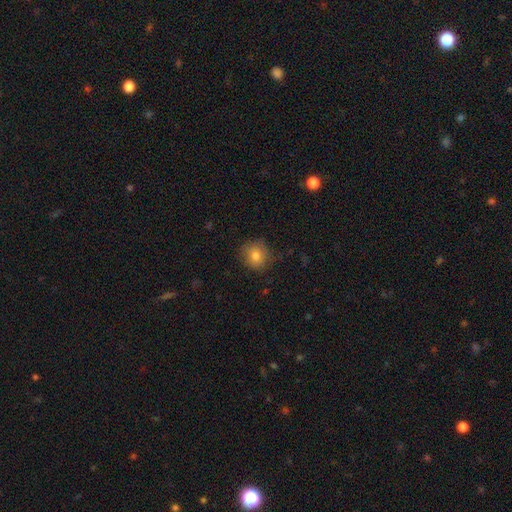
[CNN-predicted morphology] Smooth or featured? Predicted: smooth (p=0.80). How rounded? Predicted: round (p=0.87). Merging? Predicted: none (p=0.80).